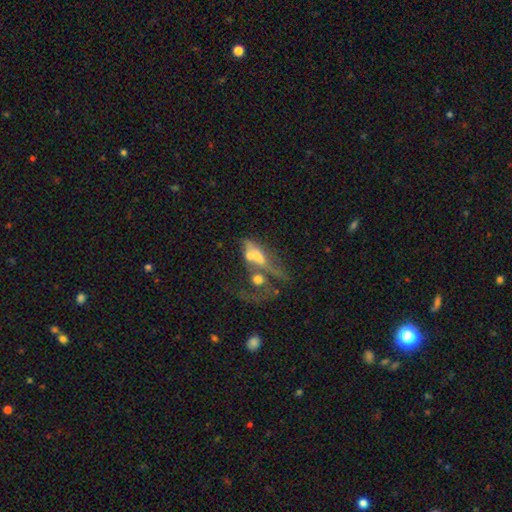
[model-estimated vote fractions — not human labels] A featured or disk galaxy (49%). Merging: merger (48%).